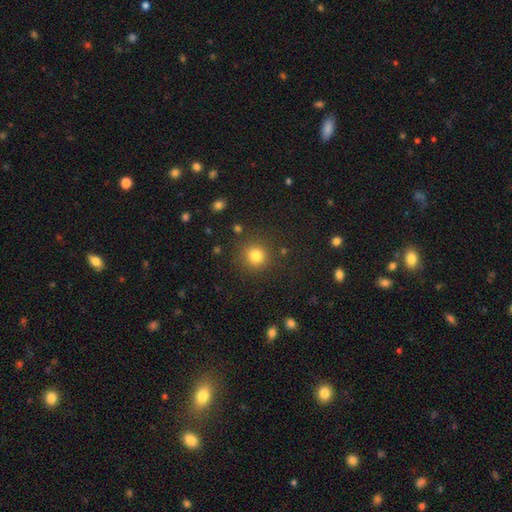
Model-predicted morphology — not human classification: This appears to be a smooth galaxy with no disk features (82%) that is round (92%). Merging: none (86%).